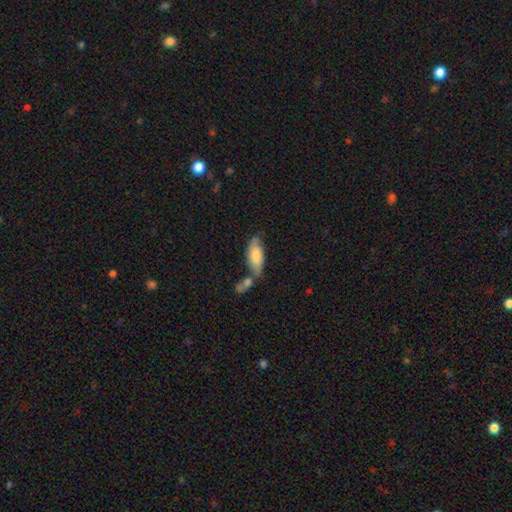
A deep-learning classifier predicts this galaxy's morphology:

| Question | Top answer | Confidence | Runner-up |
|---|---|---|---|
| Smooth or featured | smooth | 75% | featured or disk (19%) |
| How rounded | in between | 81% | cigar-shaped (17%) |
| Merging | none | 43% | merger (28%) |